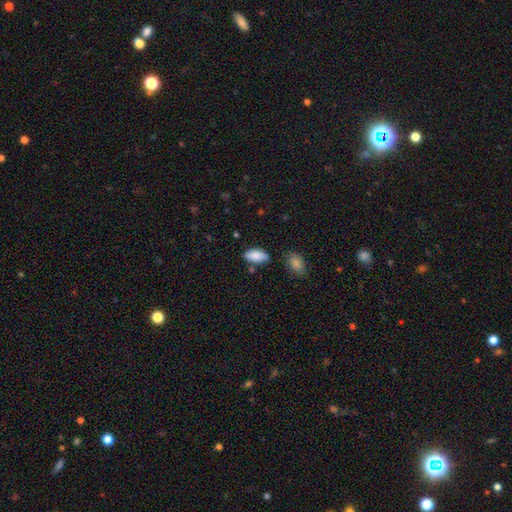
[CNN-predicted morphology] Smooth or featured? smooth (86%)
How rounded? in between (91%)
Merging? none (76%)